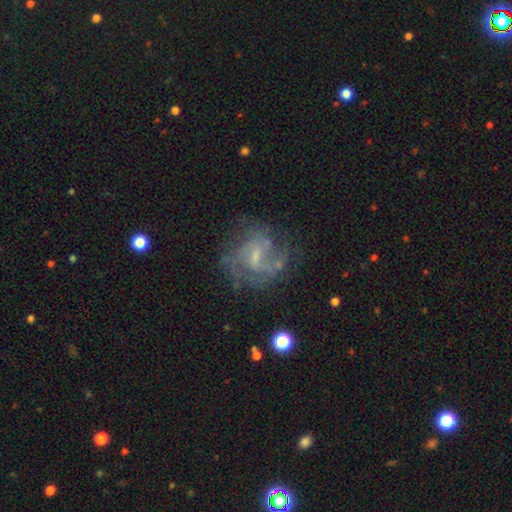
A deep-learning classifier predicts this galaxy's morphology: featured or disk 76%, smooth 15%, star or artifact 10%. Down the decision tree: edge-on disk — no (98%); bar — weak (57%); spiral arms — yes (80%); spiral arm count — can't tell (36%); spiral winding — medium (45%); bulge size — small (52%); merging — none (58%).